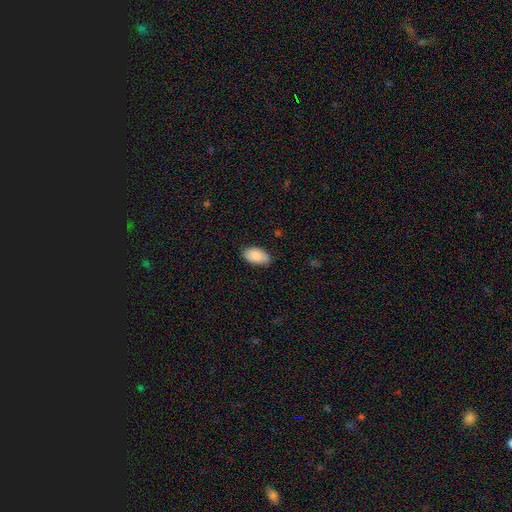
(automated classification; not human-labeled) Morphology: type=smooth (88%); roundness=in between (95%); merging=none (80%).